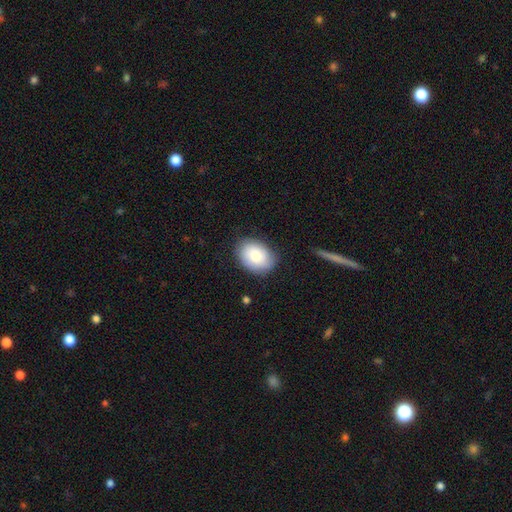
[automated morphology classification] A smooth galaxy with no disk features (71%) that is in between round and cigar-shaped (69%). Merging: none (80%).